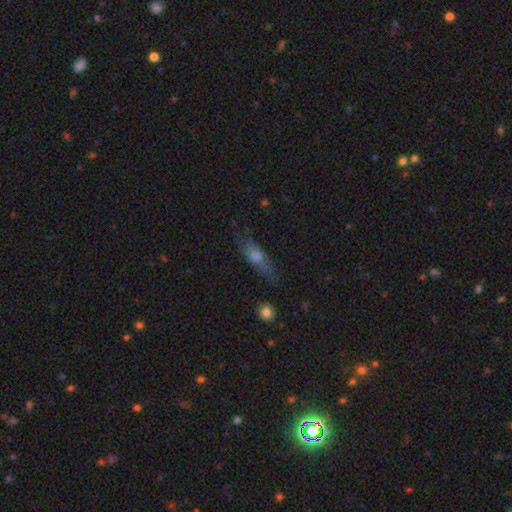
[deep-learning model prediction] Overall: smooth (51%; featured or disk 40%). How rounded: cigar-shaped (63%; in between 33%). Merging: none (71%).